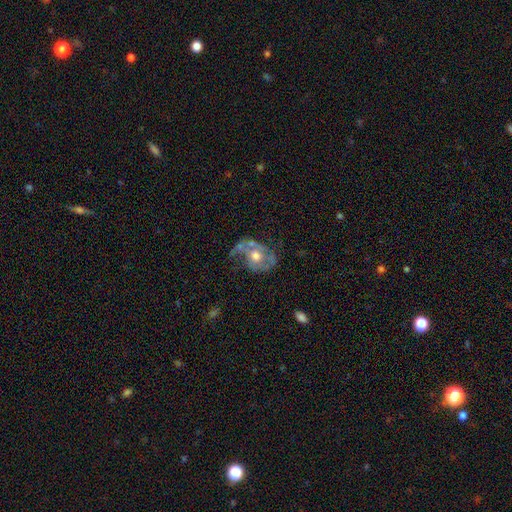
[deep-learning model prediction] A featured or disk galaxy (72%) with no bar (73%), spiral arms (69%) and a moderate central bulge (68%). Merging: major disturbance (36%).